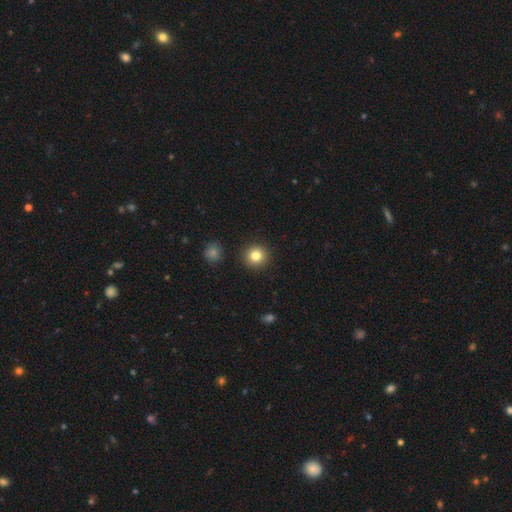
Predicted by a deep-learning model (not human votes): Overall: smooth (82%). How rounded: round (94%). Merging: none (91%).